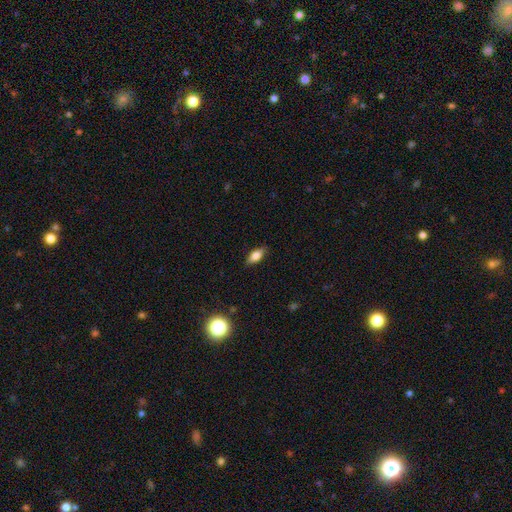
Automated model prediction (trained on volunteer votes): This is likely a smooth galaxy (68%). How rounded: likely in between (79%). Merging: clearly none (86%).